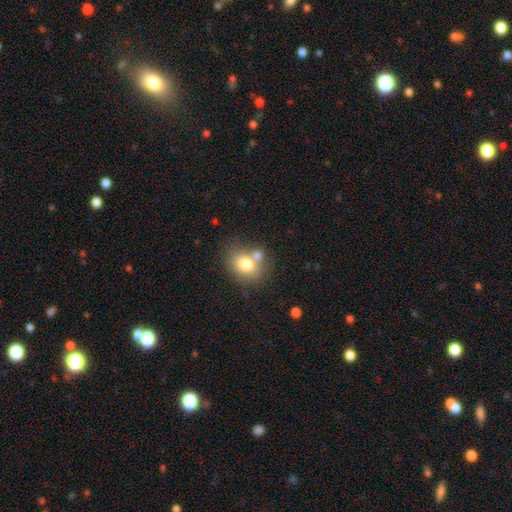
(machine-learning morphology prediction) Overall: smooth (74%). How rounded: round (56%; in between 44%). Merging: none (50%; merger 32%).